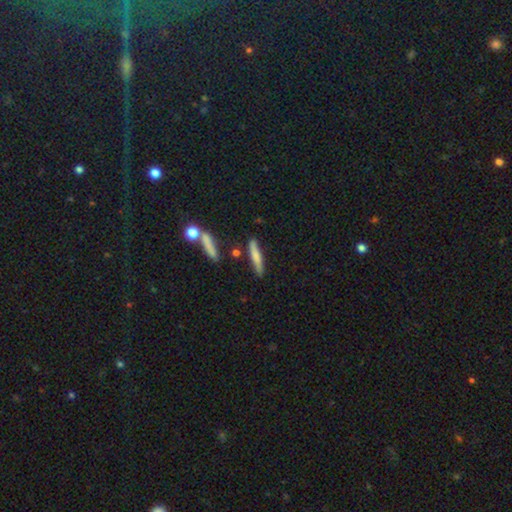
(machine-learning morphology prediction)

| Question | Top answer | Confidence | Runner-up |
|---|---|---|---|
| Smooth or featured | smooth | 66% | featured or disk (27%) |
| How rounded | cigar-shaped | 89% | in between (9%) |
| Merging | none | 78% | minor disturbance (13%) |